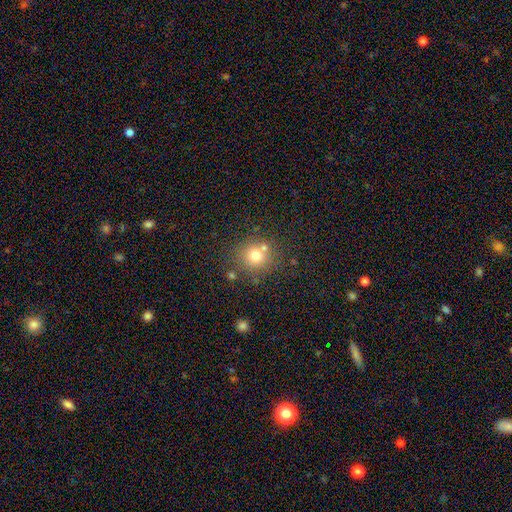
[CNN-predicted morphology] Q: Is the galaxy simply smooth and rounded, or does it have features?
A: smooth — 73%.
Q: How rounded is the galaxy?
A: round — 86%.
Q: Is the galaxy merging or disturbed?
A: none — 68%.